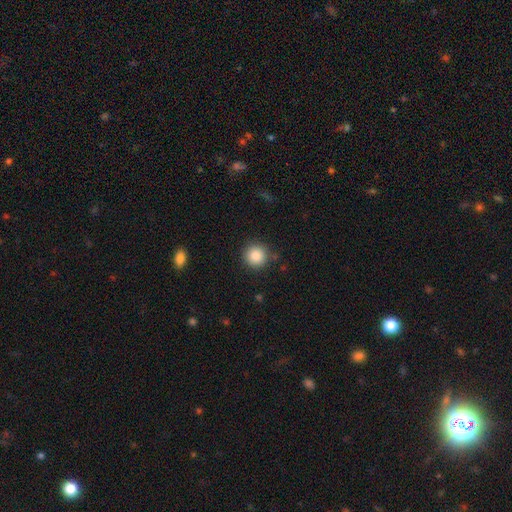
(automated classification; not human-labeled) Smooth or featured?
  - smooth: 87% *
  - star or artifact: 9%
  - featured or disk: 4%
How rounded?
  - round: 95% *
  - in between: 5%
  - cigar-shaped: 1%
Merging?
  - none: 87% *
  - minor disturbance: 8%
  - major disturbance: 3%
  - merger: 2%